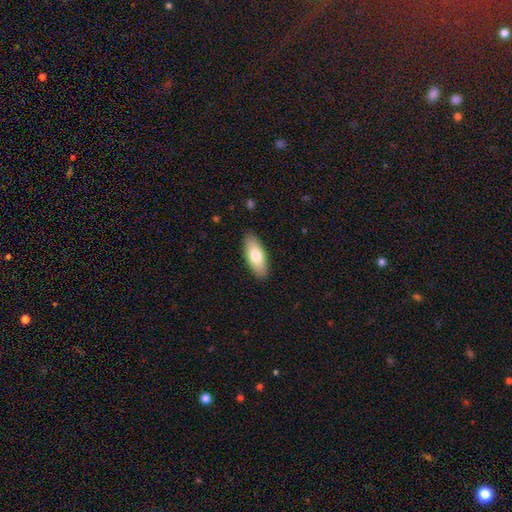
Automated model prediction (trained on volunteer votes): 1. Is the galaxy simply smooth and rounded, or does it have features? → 76% smooth, 19% featured or disk, 6% star or artifact.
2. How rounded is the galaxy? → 76% in between, 22% cigar-shaped, 2% round.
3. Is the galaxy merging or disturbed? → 89% none, 9% minor disturbance, 2% major disturbance, 1% merger.